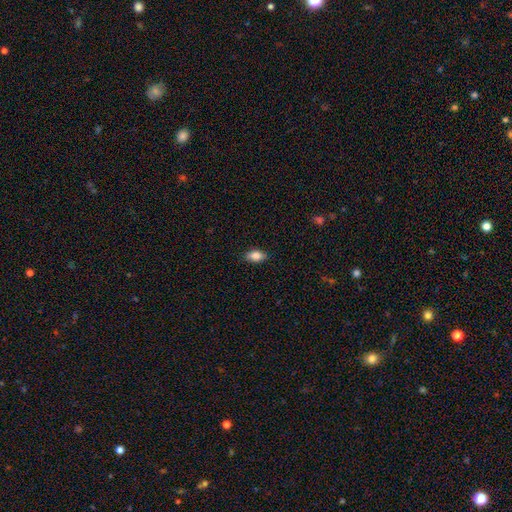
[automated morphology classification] This appears to be a smooth galaxy with no disk features (84%) that is in between round and cigar-shaped (89%). Merging: none (87%).